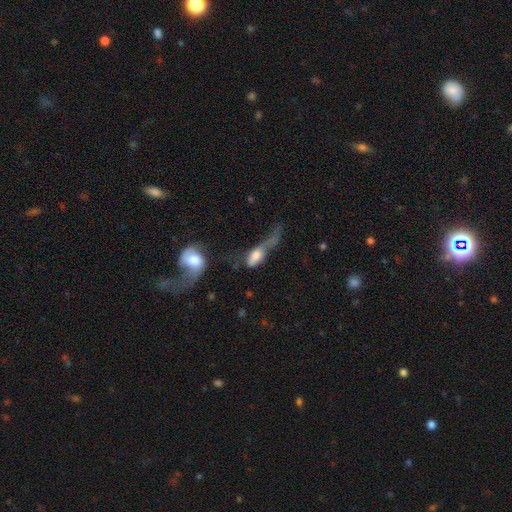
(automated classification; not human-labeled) Smooth or featured? Predicted: smooth (p=0.59). How rounded? Predicted: in between (p=0.70). Merging? Predicted: major disturbance (p=0.50).